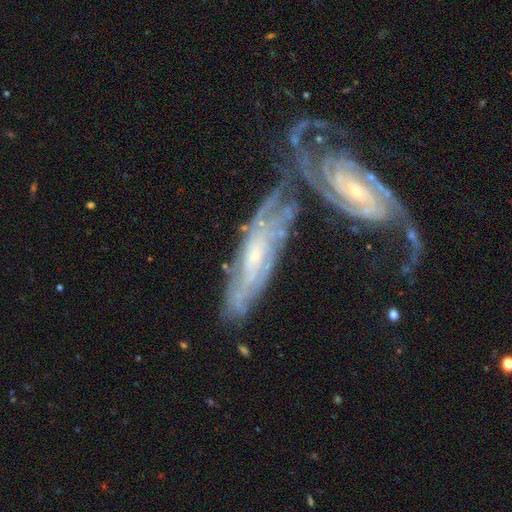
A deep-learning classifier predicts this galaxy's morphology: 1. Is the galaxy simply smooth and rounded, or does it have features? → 81% featured or disk, 13% smooth, 7% star or artifact.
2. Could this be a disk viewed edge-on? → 80% no, 20% yes.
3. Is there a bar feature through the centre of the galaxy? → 57% no, 32% weak, 12% strong.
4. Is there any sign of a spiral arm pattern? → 92% yes, 8% no.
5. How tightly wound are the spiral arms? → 68% tight, 26% medium, 7% loose.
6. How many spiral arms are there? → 51% can't tell, 16% 2, 14% 3, 9% 4, 6% more than 4, 4% 1.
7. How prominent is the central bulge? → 69% small, 24% moderate, 4% none, 2% large, 1% dominant.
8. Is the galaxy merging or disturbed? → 38% none, 37% merger, 16% minor disturbance, 9% major disturbance.